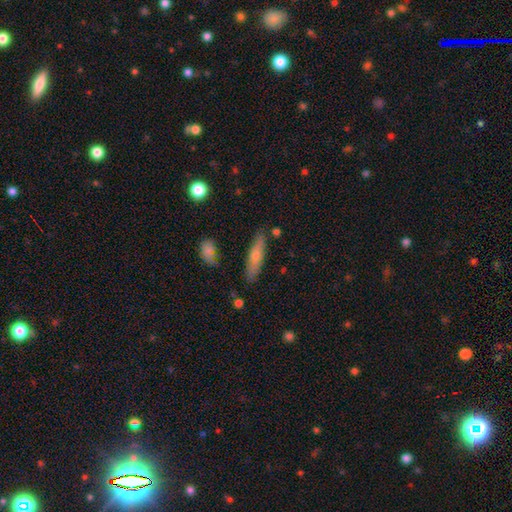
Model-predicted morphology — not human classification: Q: Smooth or featured?
A: smooth (58%); runner-up: featured or disk (35%)
Q: How rounded?
A: cigar-shaped (76%); runner-up: in between (22%)
Q: Merging?
A: none (82%); runner-up: minor disturbance (13%)